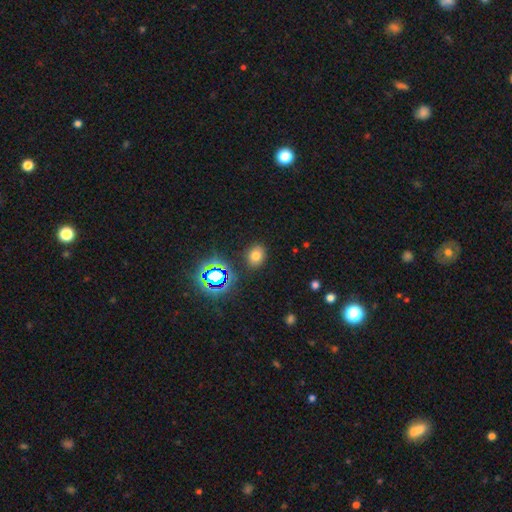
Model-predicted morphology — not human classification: smooth_or_featured: smooth (p=0.70) [alt: star or artifact p=0.22]
how_rounded: round (p=0.52) [alt: in between p=0.47]
merging: none (p=0.86) [alt: minor disturbance p=0.09]